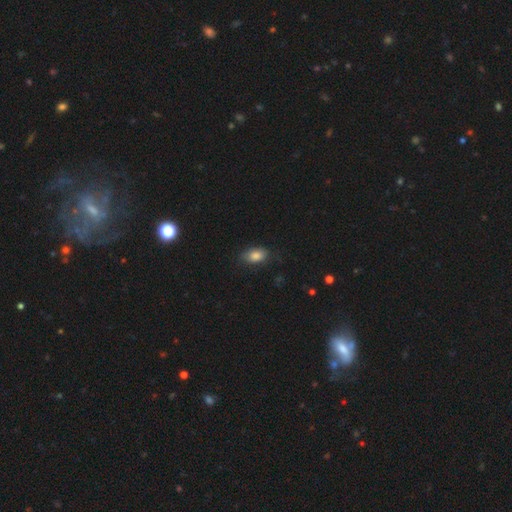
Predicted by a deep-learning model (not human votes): smooth_or_featured: smooth (p=0.85) [alt: star or artifact p=0.08]
how_rounded: in between (p=0.89) [alt: round p=0.09]
merging: none (p=0.74) [alt: minor disturbance p=0.20]